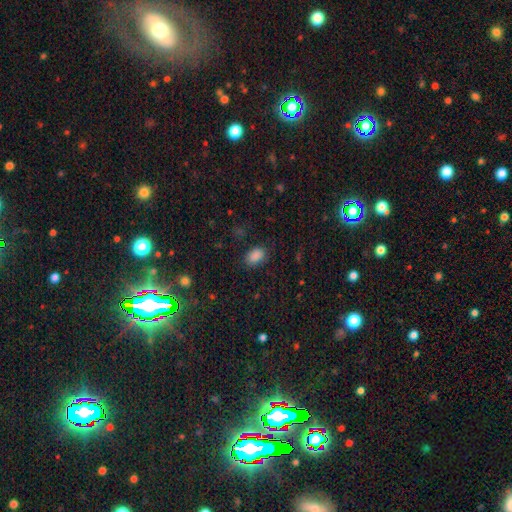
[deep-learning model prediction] Morphology: type=smooth (87%); roundness=in between (88%); merging=none (83%).